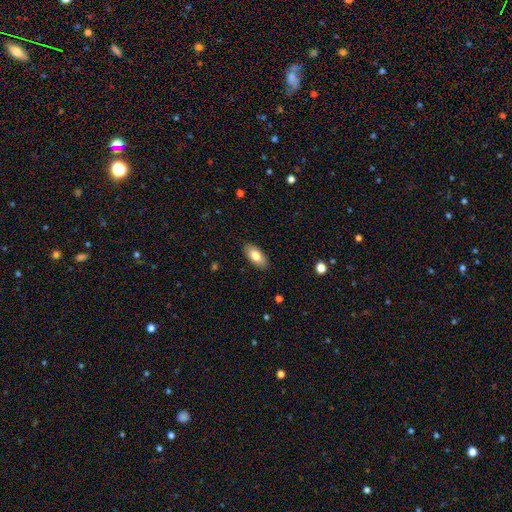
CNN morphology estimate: A smooth galaxy with no disk features (81%) that is in between round and cigar-shaped (92%). Merging: none (88%).